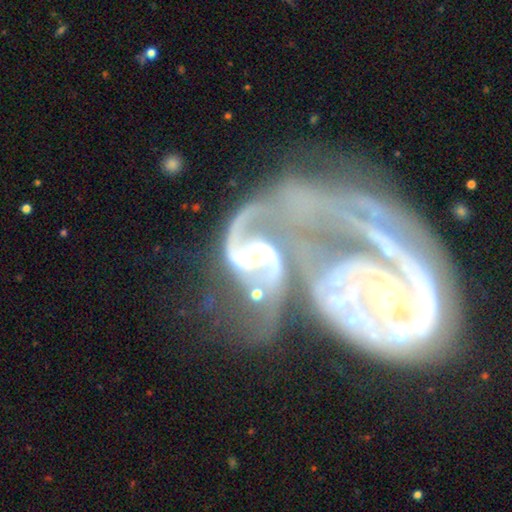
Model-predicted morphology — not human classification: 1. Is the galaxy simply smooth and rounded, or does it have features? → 86% featured or disk, 7% smooth, 7% star or artifact.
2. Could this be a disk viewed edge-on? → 97% no, 3% yes.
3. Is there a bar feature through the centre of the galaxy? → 41% strong, 37% weak, 22% no.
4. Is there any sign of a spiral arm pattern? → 95% yes, 5% no.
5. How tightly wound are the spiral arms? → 57% loose, 34% medium, 9% tight.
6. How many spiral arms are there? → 88% 2, 5% 1, 3% can't tell, 2% 3, 1% 4, 1% more than 4.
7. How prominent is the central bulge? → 59% moderate, 24% small, 11% large, 4% none, 2% dominant.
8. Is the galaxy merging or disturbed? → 62% merger, 16% none, 14% major disturbance, 8% minor disturbance.